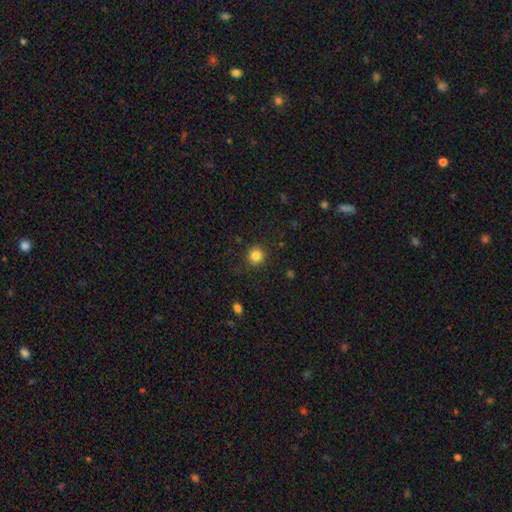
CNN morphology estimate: This is clearly a smooth galaxy (84%). How rounded: clearly round (92%). Merging: clearly none (90%).